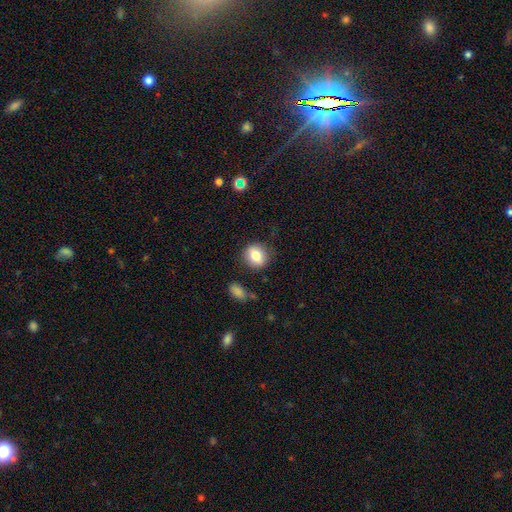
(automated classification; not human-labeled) smooth_or_featured: smooth (p=0.79) [alt: featured or disk p=0.12]
how_rounded: round (p=0.69) [alt: in between p=0.30]
merging: none (p=0.80) [alt: minor disturbance p=0.13]